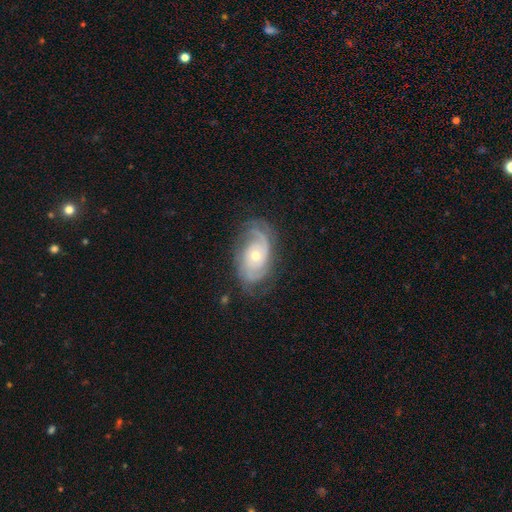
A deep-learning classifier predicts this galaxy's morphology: Smooth or featured?
  - featured or disk: 86% *
  - smooth: 9%
  - star or artifact: 5%
Edge-on disk?
  - no: 96% *
  - yes: 4%
Bar?
  - no: 77% *
  - weak: 18%
  - strong: 4%
Spiral arms?
  - yes: 96% *
  - no: 4%
Spiral winding?
  - tight: 62% *
  - medium: 29%
  - loose: 9%
Spiral arm count?
  - 2: 41% *
  - can't tell: 23%
  - 3: 20%
  - 1: 6%
  - 4: 6%
  - more than 4: 4%
Bulge size?
  - moderate: 53% *
  - small: 43%
  - large: 2%
  - none: 1%
  - dominant: 1%
Merging?
  - none: 73% *
  - minor disturbance: 18%
  - major disturbance: 8%
  - merger: 1%